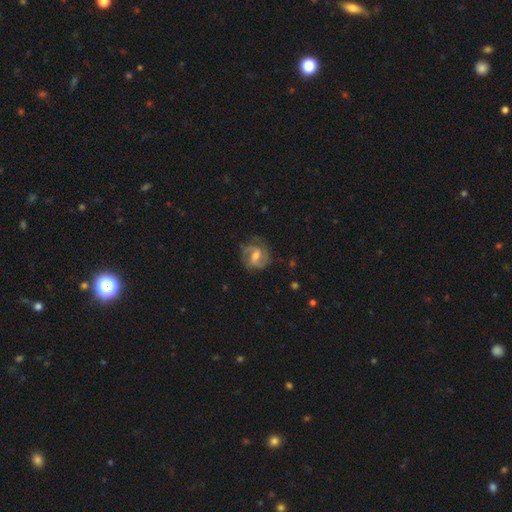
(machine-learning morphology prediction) The model was most divided on "spiral winding": medium: 49%, tight: 32%, loose: 19%. More confident: edge-on disk — no (97%); spiral arms — yes (93%); smooth or featured — featured or disk (78%); spiral arm count — 2 (73%); merging — none (72%); bulge size — moderate (63%); bar — weak (53%).